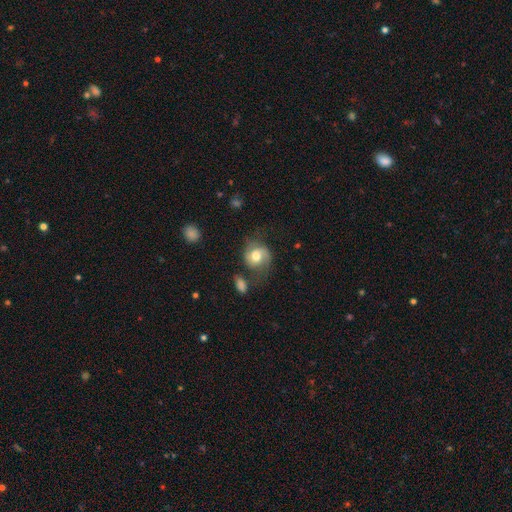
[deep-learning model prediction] smooth_or_featured: featured or disk (p=0.57) [alt: smooth p=0.35]
disk_edge_on: no (p=0.97) [alt: yes p=0.03]
bar: no (p=0.60) [alt: weak p=0.32]
has_spiral_arms: yes (p=0.86) [alt: no p=0.14]
bulge_size: moderate (p=0.68) [alt: large p=0.20]
merging: none (p=0.54) [alt: minor disturbance p=0.24]